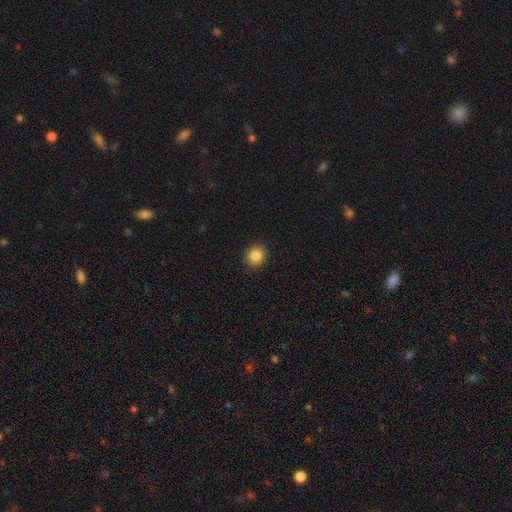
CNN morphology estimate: type=smooth (86%); roundness=round (87%); merging=none (92%).